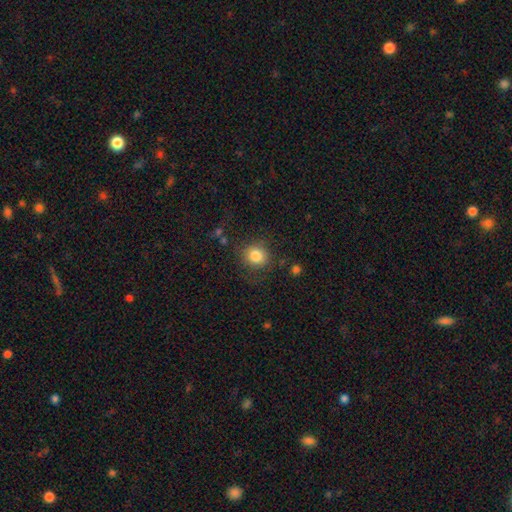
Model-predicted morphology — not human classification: type=smooth (83%); roundness=round (82%); merging=none (79%).